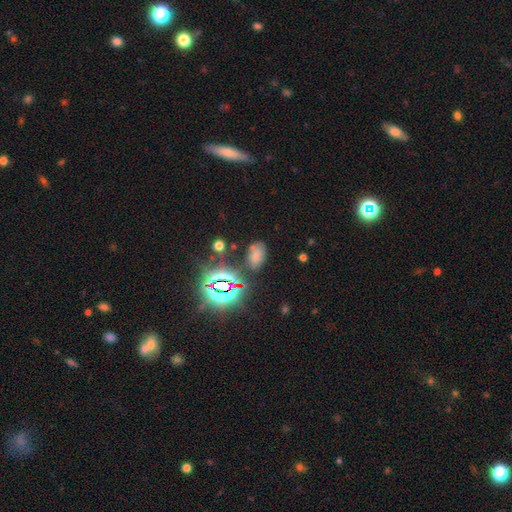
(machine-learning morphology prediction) This appears to be a smooth galaxy with no disk features (57%) that is in between round and cigar-shaped (90%). Merging: none (69%).